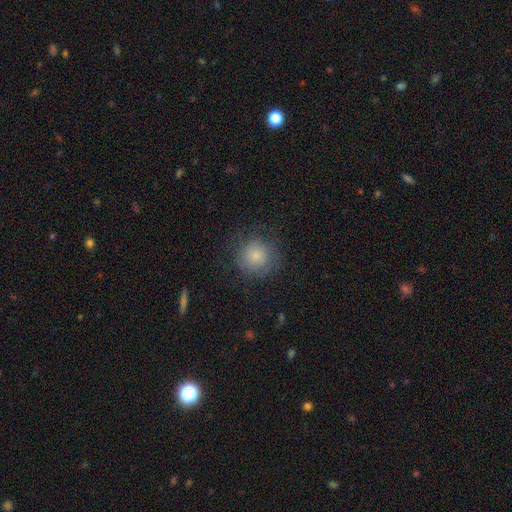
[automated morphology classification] type=smooth (78%); roundness=round (93%); merging=none (73%).